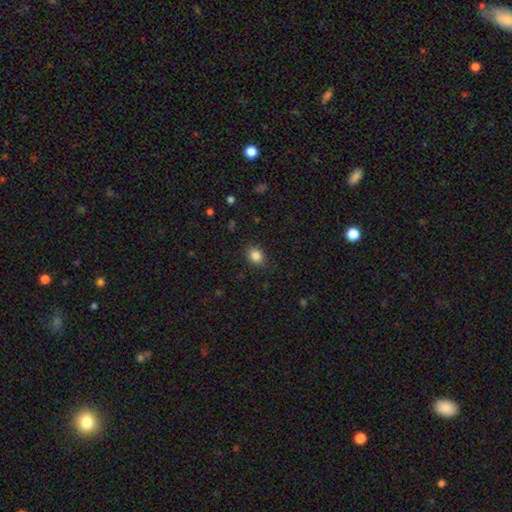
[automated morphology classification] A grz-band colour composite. It shows a smooth galaxy with no disk features (85%) that is round (51%). Merging: none (86%).